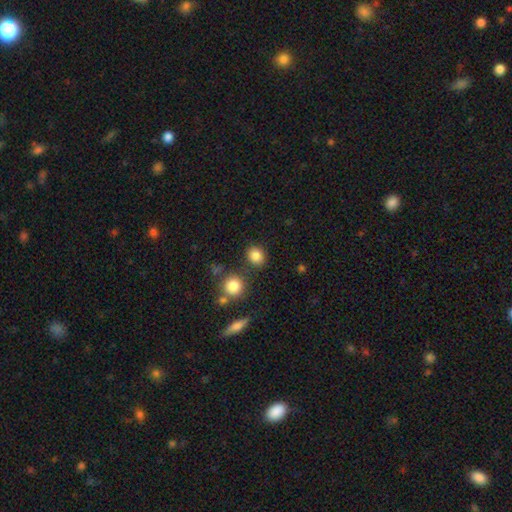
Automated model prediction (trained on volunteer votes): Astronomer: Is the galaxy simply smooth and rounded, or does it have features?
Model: smooth — 83%.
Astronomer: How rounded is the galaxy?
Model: round — 69%.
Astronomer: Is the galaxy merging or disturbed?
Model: none — 81%.